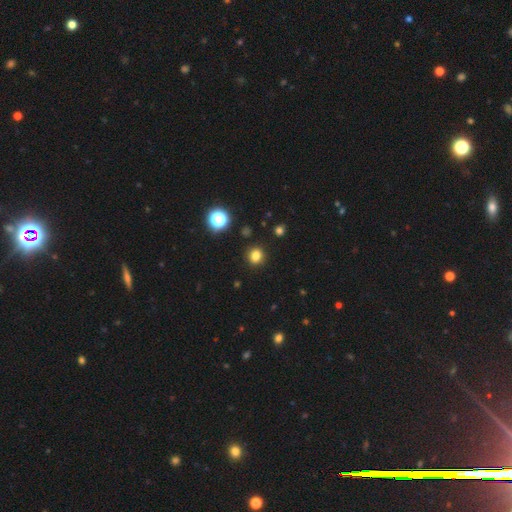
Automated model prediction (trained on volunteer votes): A smooth galaxy with no disk features (81%) that is round (83%). Merging: none (91%).